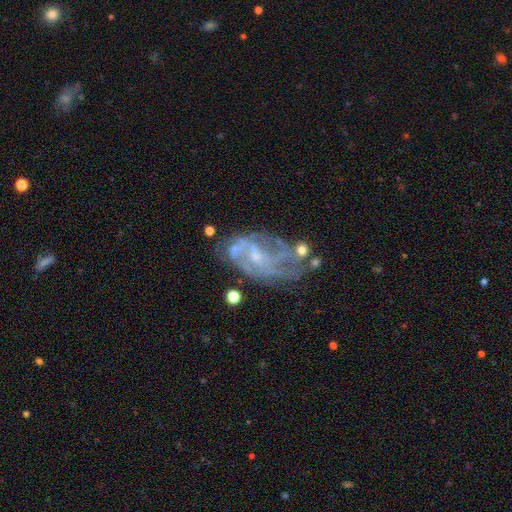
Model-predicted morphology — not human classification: Overall: featured or disk (79%). Edge-on disk: no (96%). Bar: no (55%; weak 37%). Spiral arms: yes (83%). Spiral arm count: can't tell (38%; 2 19%). Spiral winding: medium (42%; tight 37%). Bulge size: small (64%). Merging: none (48%; minor disturbance 22%).